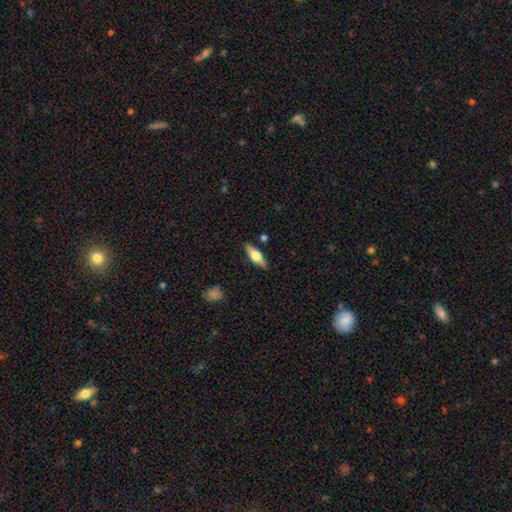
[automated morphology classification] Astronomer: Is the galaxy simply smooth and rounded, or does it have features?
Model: featured or disk — 47% (runner-up: smooth, 46%).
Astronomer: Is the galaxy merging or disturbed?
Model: none — 87%.